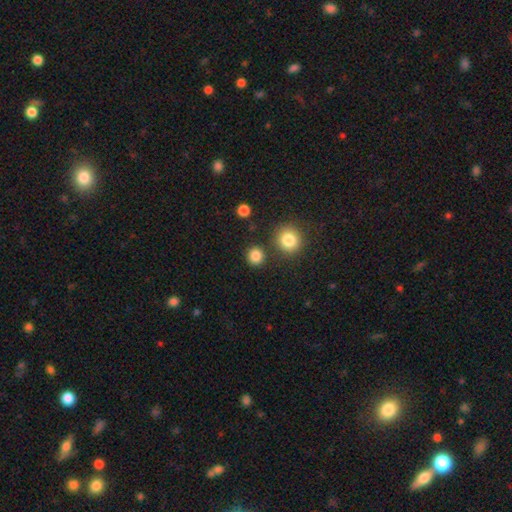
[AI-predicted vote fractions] Smooth or featured: smooth — 84% (star or artifact — 12%)
How rounded: round — 90% (in between — 9%)
Merging: none — 84% (minor disturbance — 7%)